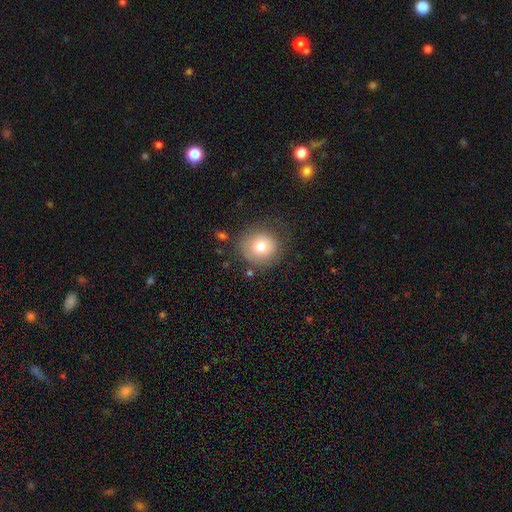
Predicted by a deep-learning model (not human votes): Smooth or featured: smooth — 72% (featured or disk — 15%)
How rounded: round — 94% (in between — 5%)
Merging: none — 81% (minor disturbance — 12%)